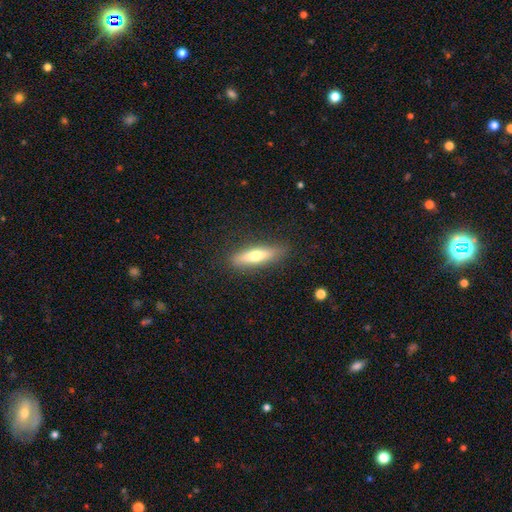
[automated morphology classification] smooth_or_featured: smooth (p=0.57) [alt: featured or disk p=0.37]
how_rounded: cigar-shaped (p=0.73) [alt: in between p=0.25]
merging: none (p=0.87) [alt: minor disturbance p=0.09]